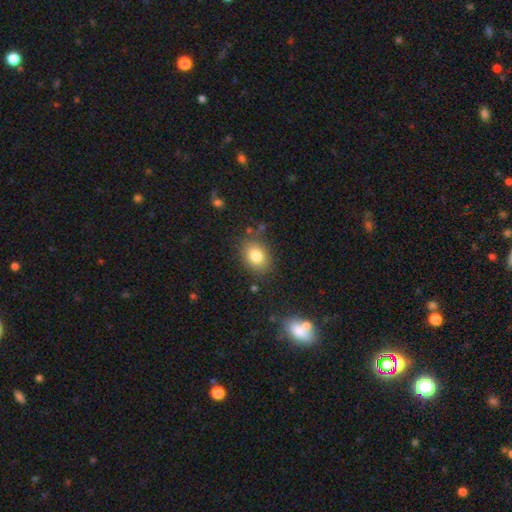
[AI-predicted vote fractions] The model was most divided on "how rounded": in between: 62%, round: 37%, cigar-shaped: 1%. More confident: smooth or featured — smooth (82%); merging — none (81%).